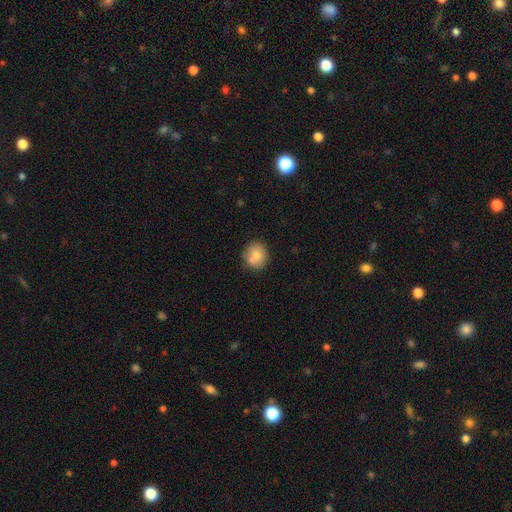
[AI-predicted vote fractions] Smooth or featured? smooth (76%)
How rounded? round (86%)
Merging? none (68%)